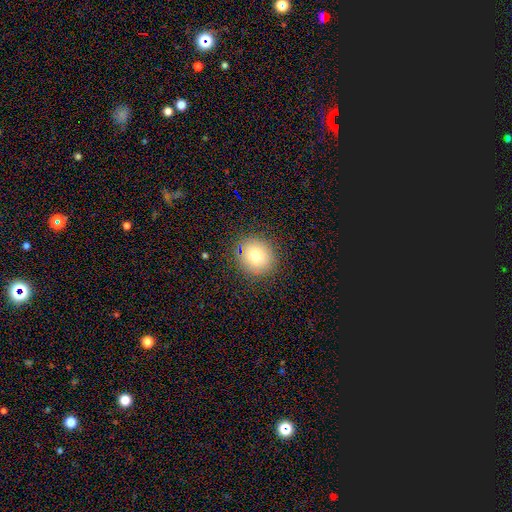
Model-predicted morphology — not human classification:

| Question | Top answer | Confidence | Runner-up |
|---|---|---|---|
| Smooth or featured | smooth | 76% | star or artifact (13%) |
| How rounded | round | 87% | in between (12%) |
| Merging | none | 87% | minor disturbance (9%) |